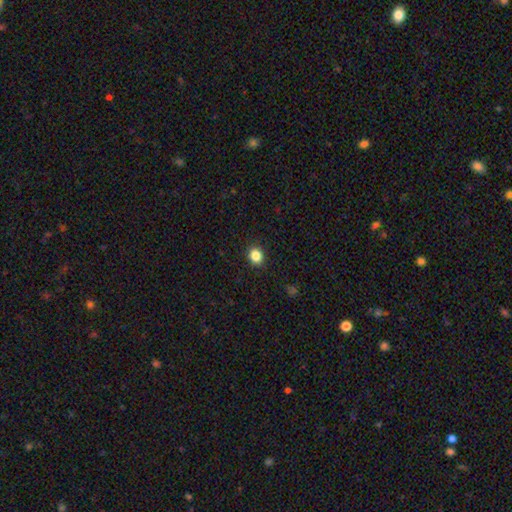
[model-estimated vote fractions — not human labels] Q: Smooth or featured?
A: smooth (85%); runner-up: star or artifact (11%)
Q: How rounded?
A: round (68%); runner-up: in between (31%)
Q: Merging?
A: none (91%); runner-up: minor disturbance (6%)